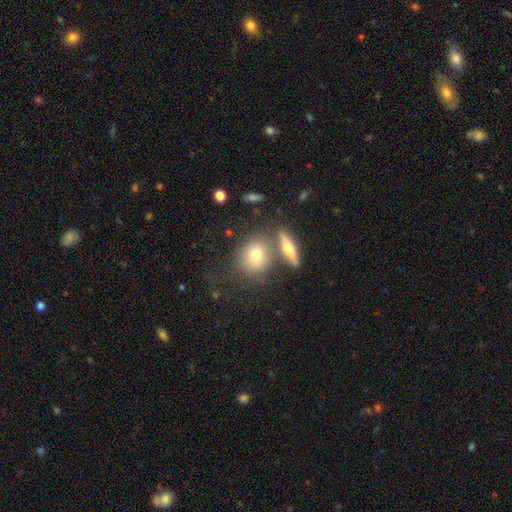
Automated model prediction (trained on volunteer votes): Smooth or featured?
  - smooth: 69% *
  - featured or disk: 21%
  - star or artifact: 10%
How rounded?
  - round: 73% *
  - in between: 23%
  - cigar-shaped: 3%
Merging?
  - none: 62% *
  - merger: 21%
  - minor disturbance: 12%
  - major disturbance: 5%